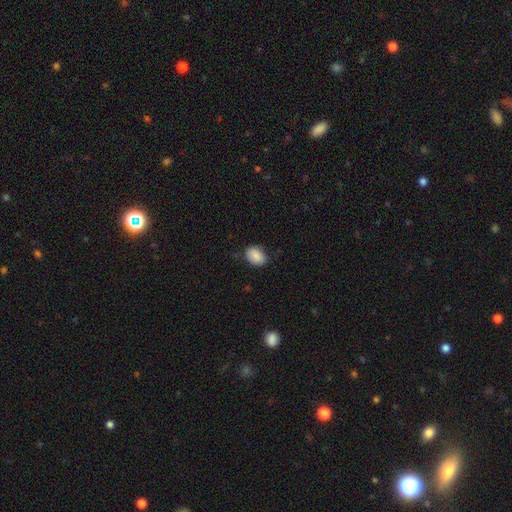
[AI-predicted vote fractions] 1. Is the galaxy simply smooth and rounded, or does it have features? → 85% smooth, 8% star or artifact, 7% featured or disk.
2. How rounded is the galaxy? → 67% in between, 32% round, 1% cigar-shaped.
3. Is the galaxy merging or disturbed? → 79% none, 17% minor disturbance, 3% major disturbance, 1% merger.